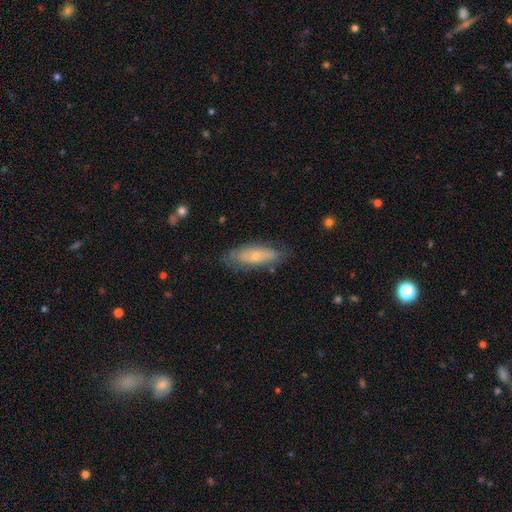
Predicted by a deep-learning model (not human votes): smooth-or-featured: smooth: 52% | featured or disk: 41% | star or artifact: 7%
  how-rounded: in between: 63% | cigar-shaped: 34% | round: 2%
  merging: none: 72% | minor disturbance: 21% | major disturbance: 6% | merger: 2%